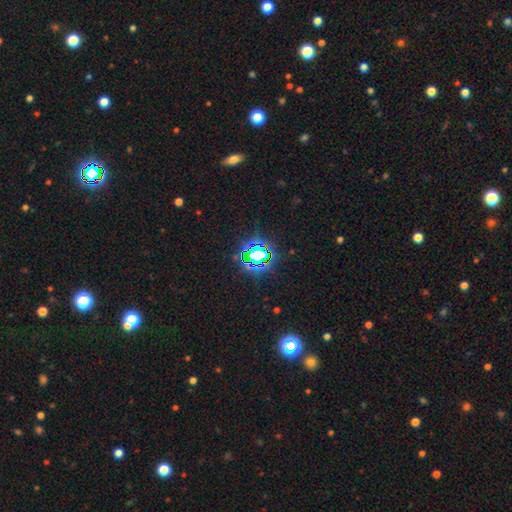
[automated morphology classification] Smooth or featured? Predicted: star or artifact (p=0.74).